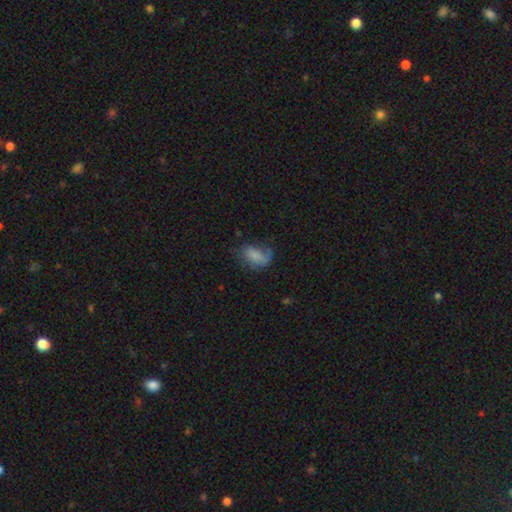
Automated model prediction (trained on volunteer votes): Morphology: type=smooth (68%); roundness=in between (87%); merging=none (39%).